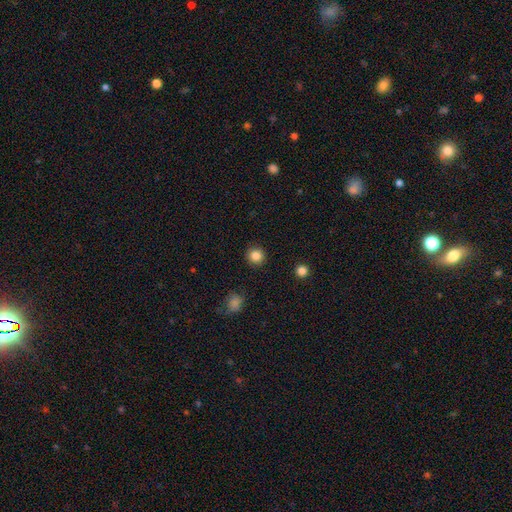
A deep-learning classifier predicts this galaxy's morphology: type=smooth (85%); roundness=round (94%); merging=none (92%).